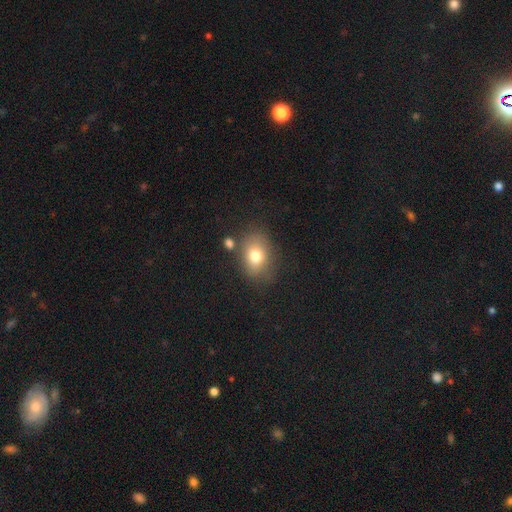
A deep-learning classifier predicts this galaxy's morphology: The model was most divided on "how rounded": in between: 63%, round: 36%, cigar-shaped: 1%. More confident: smooth or featured — smooth (75%); merging — none (71%).